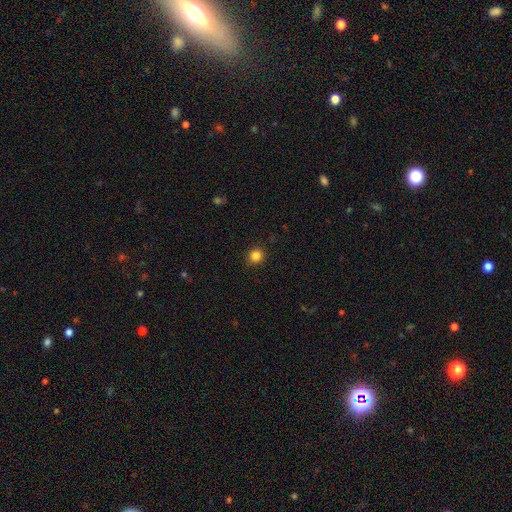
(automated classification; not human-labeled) Smooth or featured: smooth — 85% (star or artifact — 12%)
How rounded: round — 88% (in between — 11%)
Merging: none — 91% (minor disturbance — 6%)